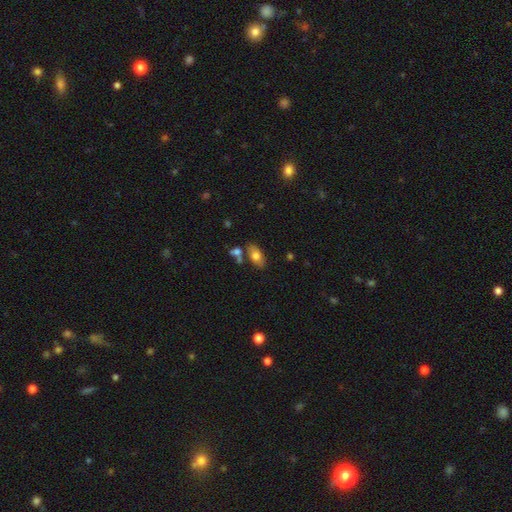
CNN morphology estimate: A smooth galaxy with no disk features (73%) that is in between round and cigar-shaped (89%).

Vote fractions:
- Smooth or featured? smooth: 73% / featured or disk: 19% / star or artifact: 8%
- How rounded? in between: 89% / cigar-shaped: 6% / round: 5%
- Merging? none: 68% / merger: 15% / minor disturbance: 13% / major disturbance: 4%